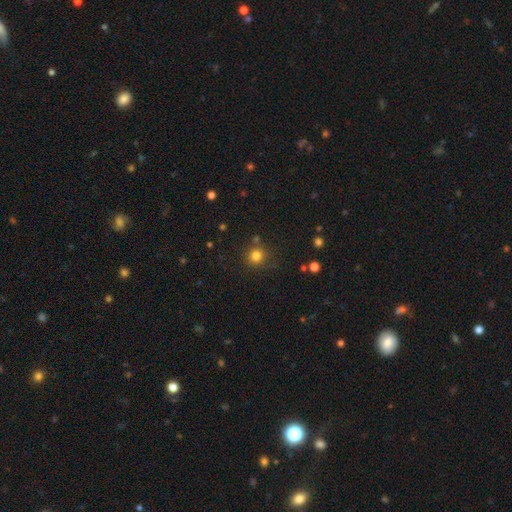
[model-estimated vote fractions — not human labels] Overall: smooth (81%). How rounded: round (91%). Merging: none (79%).